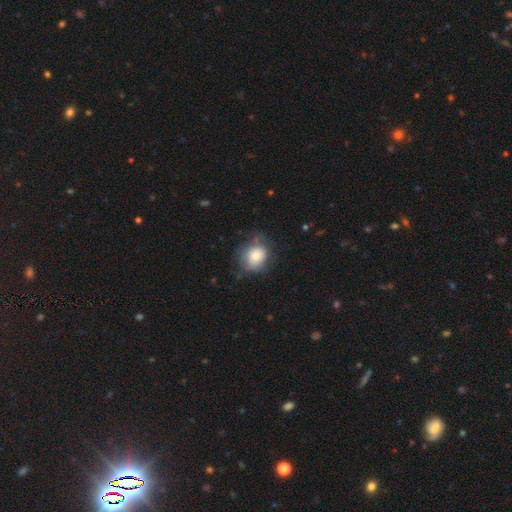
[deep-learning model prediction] smooth 71%, featured or disk 21%, star or artifact 8%. Down the decision tree: how rounded — round (69%); merging — none (57%).